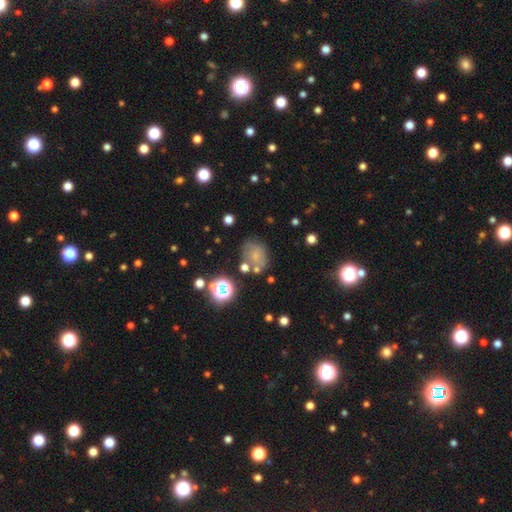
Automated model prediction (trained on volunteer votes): This appears to be a smooth galaxy with no disk features (60%) that is round (49%, tied with in between). Merging: none (60%).